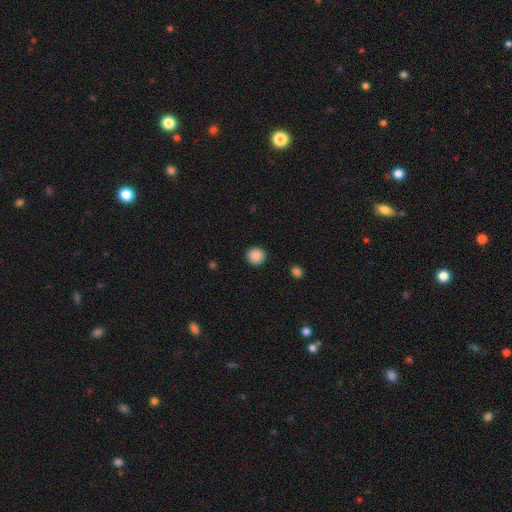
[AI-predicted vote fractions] Overall: smooth (88%). How rounded: round (94%). Merging: none (92%).